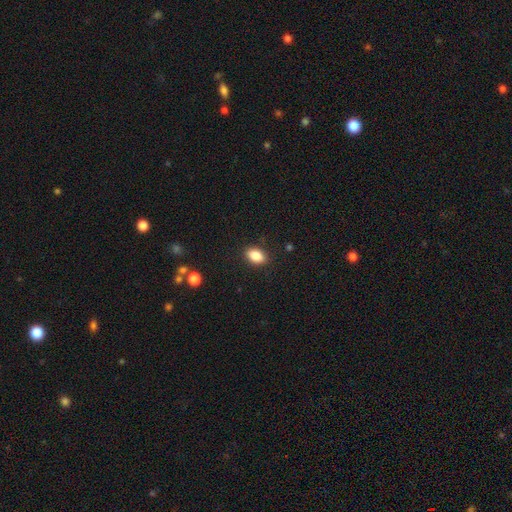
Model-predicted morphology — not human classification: Smooth or featured? Predicted: smooth (p=0.85). How rounded? Predicted: in between (p=0.86). Merging? Predicted: none (p=0.88).